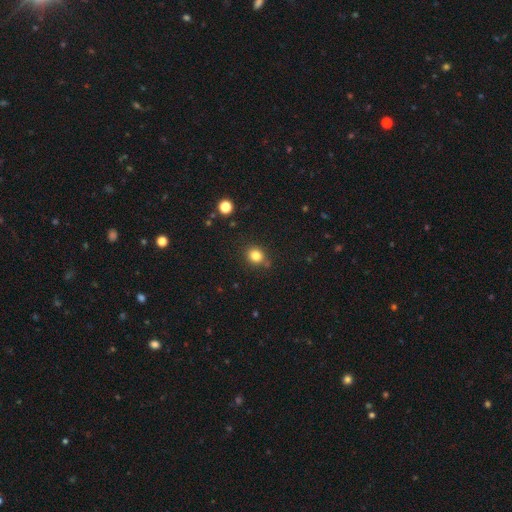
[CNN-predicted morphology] Smooth or featured? smooth (82%)
How rounded? round (78%)
Merging? none (81%)